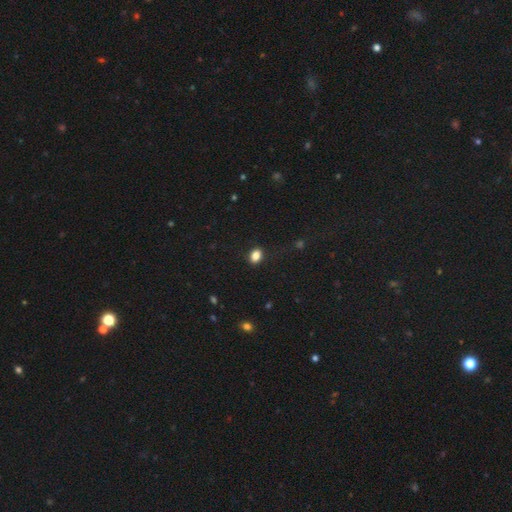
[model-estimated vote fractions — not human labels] smooth 84%, star or artifact 11%, featured or disk 5%. Down the decision tree: how rounded — in between (71%); merging — none (86%).